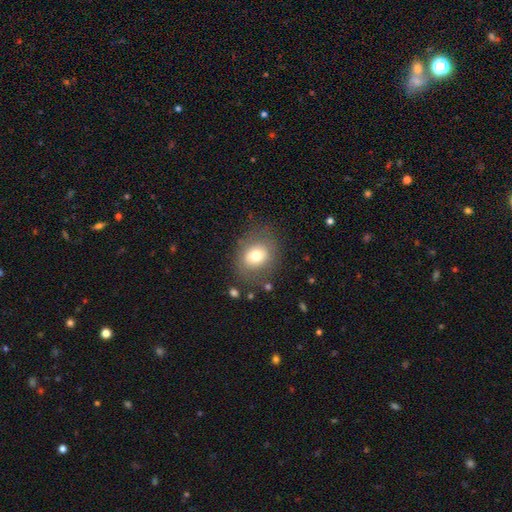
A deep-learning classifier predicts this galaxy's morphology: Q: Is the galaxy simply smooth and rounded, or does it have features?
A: smooth — 71%.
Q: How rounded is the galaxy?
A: round — 54%.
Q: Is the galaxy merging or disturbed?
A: none — 74%.